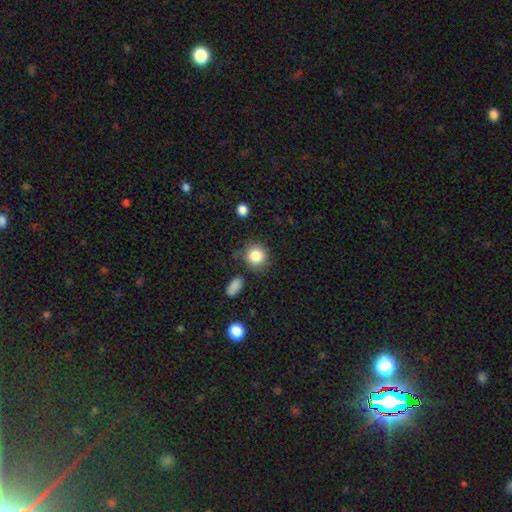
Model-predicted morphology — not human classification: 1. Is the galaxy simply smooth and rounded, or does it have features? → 86% smooth, 9% star or artifact, 5% featured or disk.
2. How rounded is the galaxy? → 87% round, 12% in between, 1% cigar-shaped.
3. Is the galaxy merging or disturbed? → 80% none, 11% minor disturbance, 5% merger, 4% major disturbance.